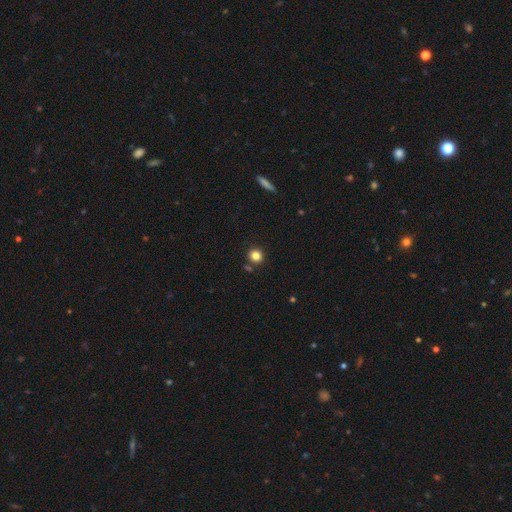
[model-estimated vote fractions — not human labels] Smooth or featured?
  - smooth: 83% *
  - star or artifact: 12%
  - featured or disk: 5%
How rounded?
  - round: 89% *
  - in between: 10%
  - cigar-shaped: 1%
Merging?
  - none: 83% *
  - minor disturbance: 7%
  - merger: 7%
  - major disturbance: 2%